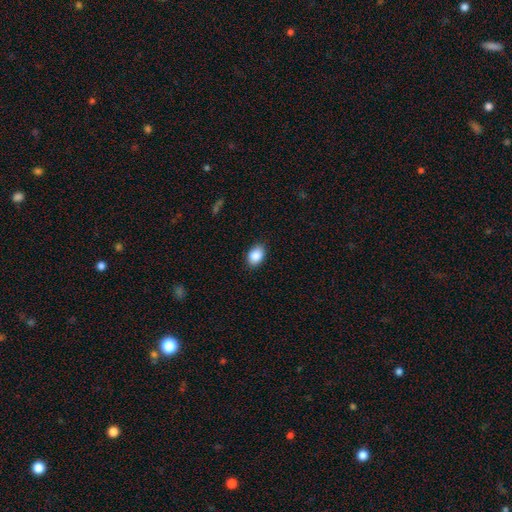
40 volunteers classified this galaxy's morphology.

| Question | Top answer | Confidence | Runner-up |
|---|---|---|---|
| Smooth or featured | smooth | 85% | star or artifact (10%) |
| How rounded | in between | 76% | round (24%) |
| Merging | none | 81% | minor disturbance (17%) |